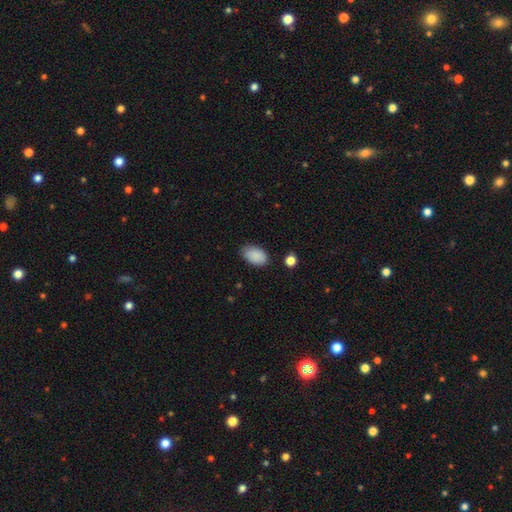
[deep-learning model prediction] Smooth or featured: smooth — 89% (star or artifact — 7%)
How rounded: in between — 92% (round — 7%)
Merging: none — 79% (minor disturbance — 16%)